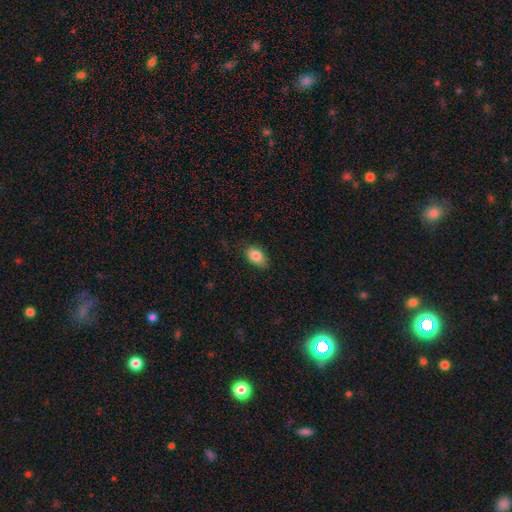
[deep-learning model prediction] Q: Smooth or featured?
A: smooth (85%); runner-up: star or artifact (8%)
Q: How rounded?
A: in between (89%); runner-up: round (9%)
Q: Merging?
A: none (78%); runner-up: minor disturbance (18%)